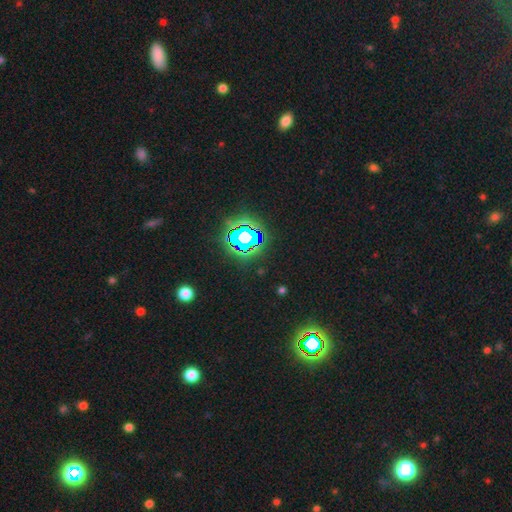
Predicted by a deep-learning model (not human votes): Q: Smooth or featured?
A: star or artifact (82%); runner-up: smooth (11%)